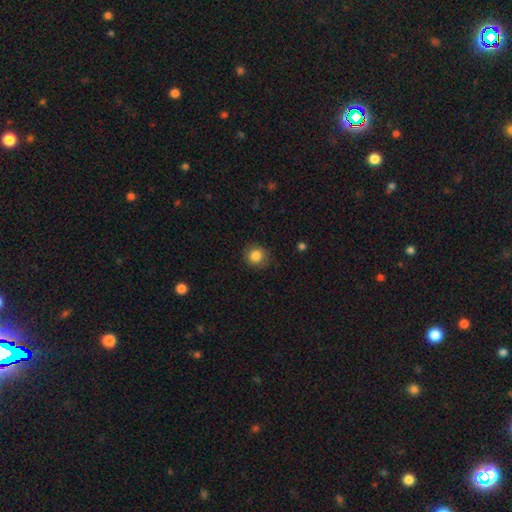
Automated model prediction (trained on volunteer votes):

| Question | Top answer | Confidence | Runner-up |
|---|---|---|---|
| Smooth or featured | smooth | 85% | star or artifact (10%) |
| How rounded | round | 87% | in between (12%) |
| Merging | none | 86% | minor disturbance (10%) |